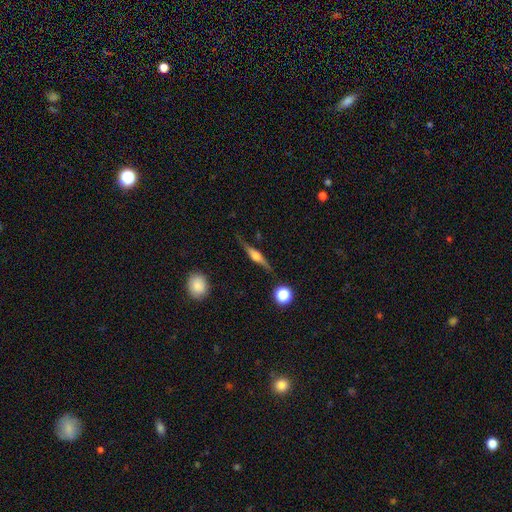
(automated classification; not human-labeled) Q: Smooth or featured?
A: featured or disk (75%); runner-up: smooth (18%)
Q: Edge-on disk?
A: yes (96%); runner-up: no (4%)
Q: Edge-on bulge?
A: rounded (87%); runner-up: boxy (10%)
Q: Merging?
A: none (84%); runner-up: minor disturbance (11%)